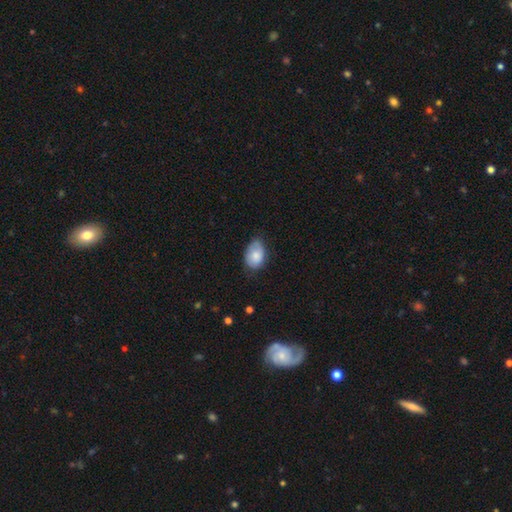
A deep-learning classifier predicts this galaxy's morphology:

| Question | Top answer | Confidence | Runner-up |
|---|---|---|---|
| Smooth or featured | smooth | 82% | featured or disk (11%) |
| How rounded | in between | 85% | round (14%) |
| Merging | none | 61% | minor disturbance (32%) |